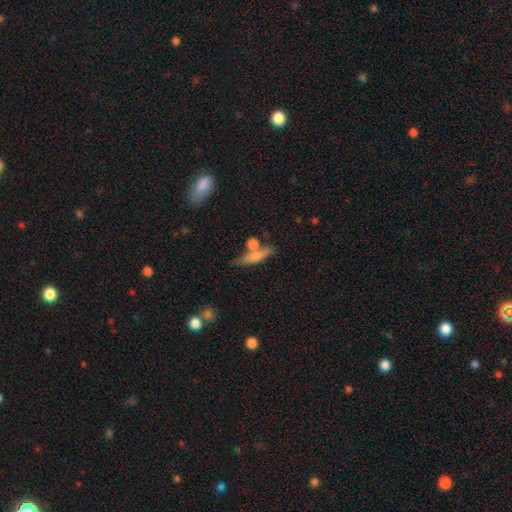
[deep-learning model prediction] Overall: smooth (64%; featured or disk 29%). How rounded: cigar-shaped (74%). Merging: none (64%).